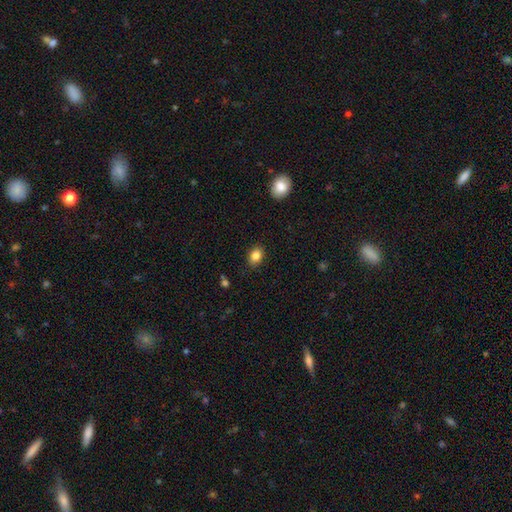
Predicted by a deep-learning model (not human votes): smooth 86%, star or artifact 9%, featured or disk 5%. Down the decision tree: how rounded — in between (66%); merging — none (88%).